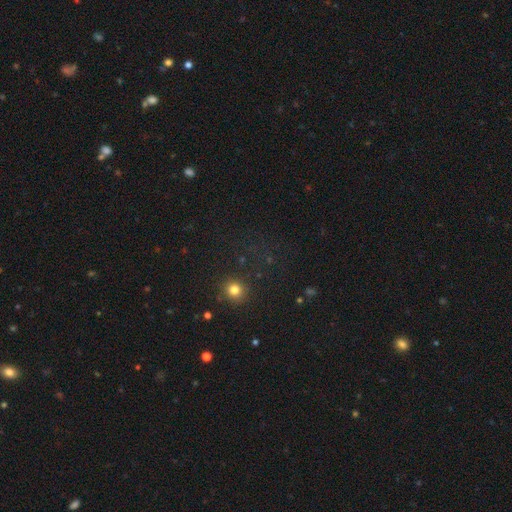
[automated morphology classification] This is possibly a star or artifact rather than a galaxy (58%).